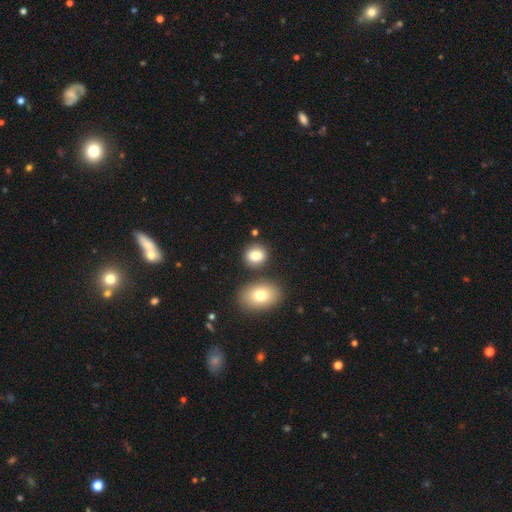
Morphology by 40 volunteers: Q: Smooth or featured?
A: smooth (92%); runner-up: star or artifact (8%)
Q: How rounded?
A: round (59%); runner-up: in between (41%)
Q: Merging?
A: none (78%); runner-up: minor disturbance (11%)